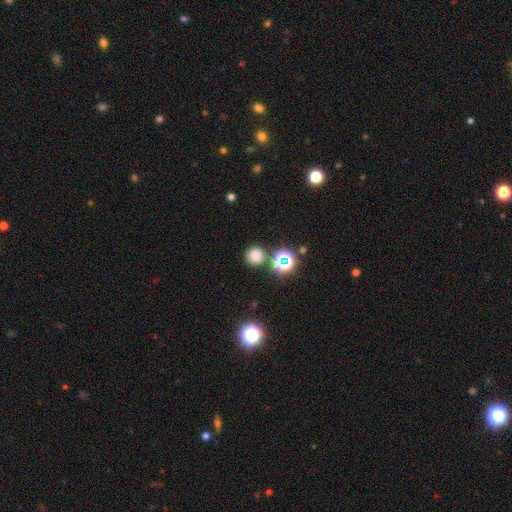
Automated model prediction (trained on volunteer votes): A smooth galaxy with no disk features (74%) that is round (93%). Merging: none (82%).